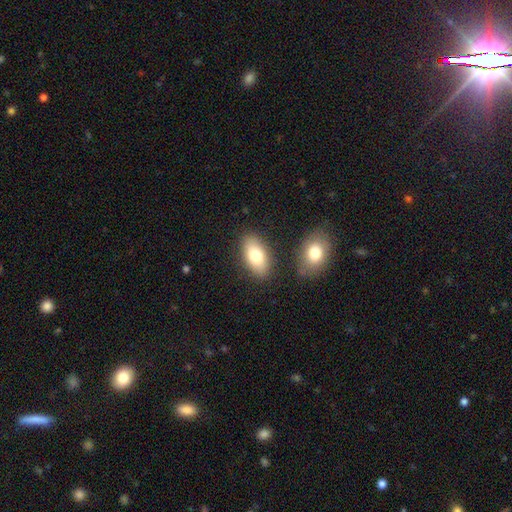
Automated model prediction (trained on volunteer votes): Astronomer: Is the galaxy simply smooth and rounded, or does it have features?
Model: smooth — 77%.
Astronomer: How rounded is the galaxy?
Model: in between — 92%.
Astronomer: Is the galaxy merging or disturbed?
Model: none — 82%.